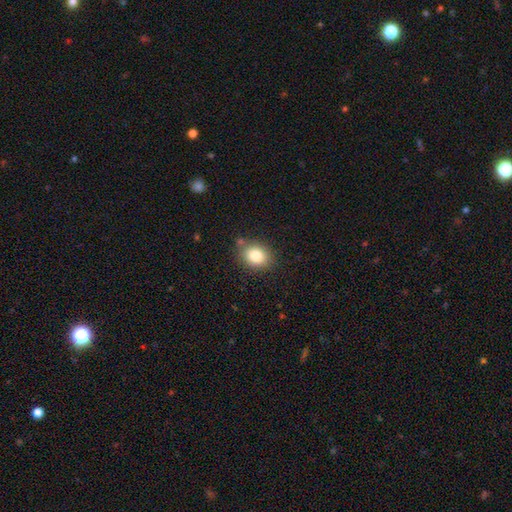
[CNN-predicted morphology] This appears to be a smooth galaxy with no disk features (83%) that is in between round and cigar-shaped (53%). Merging: none (79%).